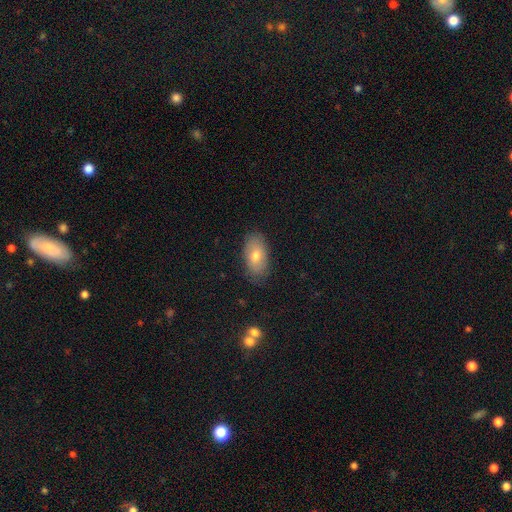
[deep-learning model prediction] Q: Smooth or featured?
A: smooth (73%); runner-up: featured or disk (20%)
Q: How rounded?
A: in between (92%); runner-up: round (5%)
Q: Merging?
A: none (82%); runner-up: minor disturbance (14%)